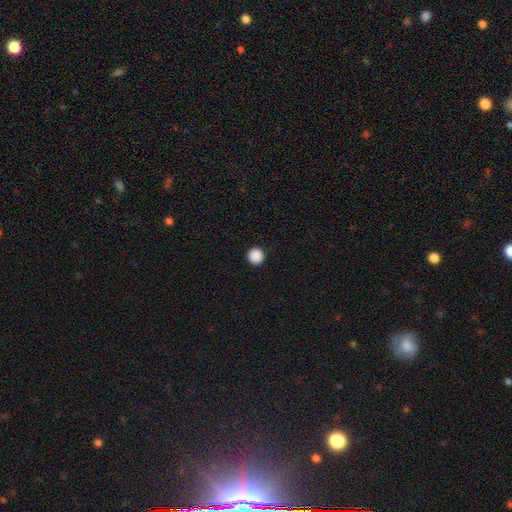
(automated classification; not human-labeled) Smooth or featured? Predicted: smooth (p=0.89). How rounded? Predicted: round (p=0.96). Merging? Predicted: none (p=0.93).